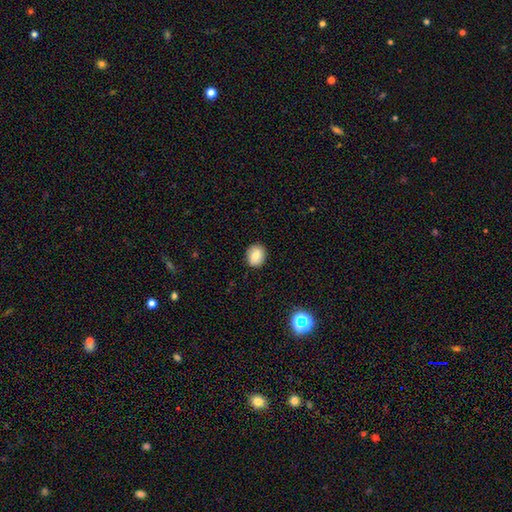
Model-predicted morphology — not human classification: smooth-or-featured: smooth: 79% | featured or disk: 11% | star or artifact: 9%
  how-rounded: round: 63% | in between: 35% | cigar-shaped: 1%
  merging: none: 88% | minor disturbance: 9% | major disturbance: 2% | merger: 1%